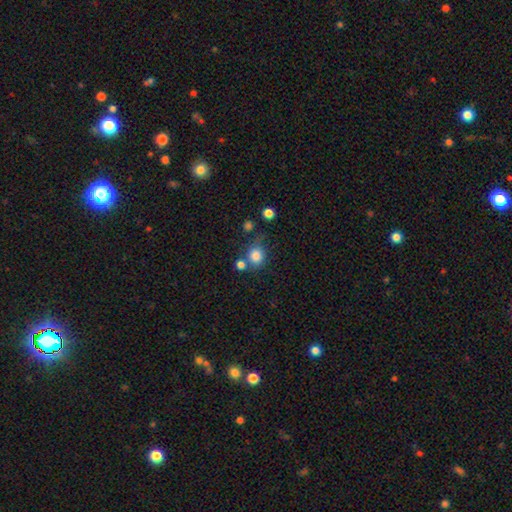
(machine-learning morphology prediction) This is clearly a smooth galaxy (82%). How rounded: likely round (79%). Merging: possibly none (58%).